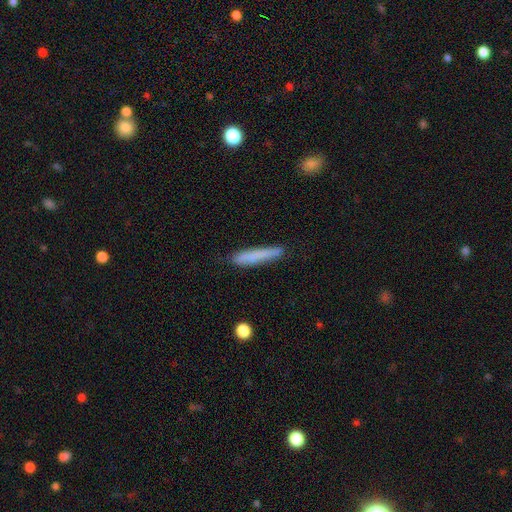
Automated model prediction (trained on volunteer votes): This appears to be a smooth galaxy with no disk features (75%) that is cigar-shaped (94%). Merging: none (82%).